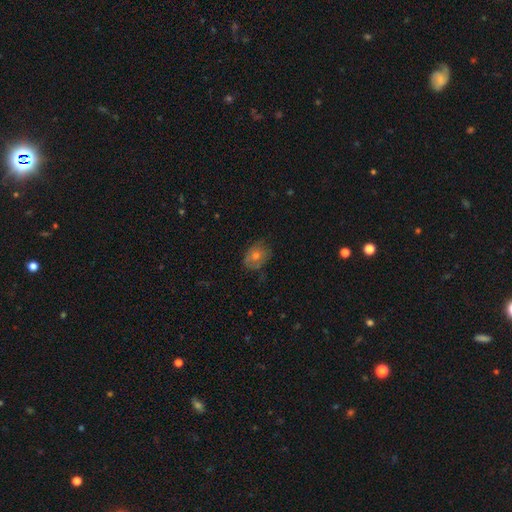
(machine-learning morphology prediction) The model was most divided on "smooth or featured": smooth: 49%, featured or disk: 37%, star or artifact: 14%. More confident: merging — none (71%).